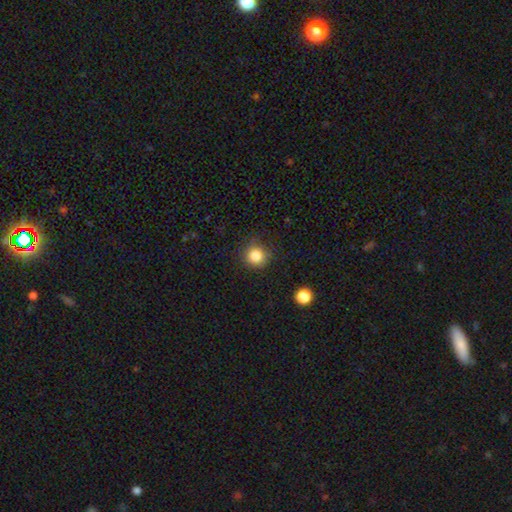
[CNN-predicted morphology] A smooth galaxy with no disk features (84%) that is round (93%).

Vote fractions:
- Smooth or featured? smooth: 84% / star or artifact: 11% / featured or disk: 4%
- How rounded? round: 93% / in between: 6% / cigar-shaped: 1%
- Merging? none: 86% / minor disturbance: 10% / major disturbance: 3% / merger: 1%